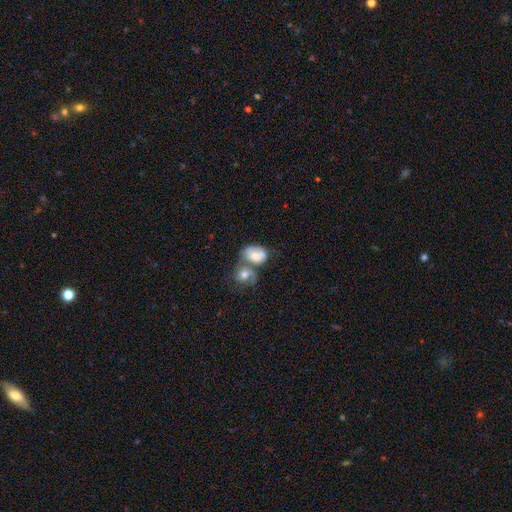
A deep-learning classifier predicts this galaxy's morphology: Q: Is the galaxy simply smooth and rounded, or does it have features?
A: smooth — 62%.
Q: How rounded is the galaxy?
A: in between — 70%.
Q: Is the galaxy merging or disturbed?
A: merger — 62%.